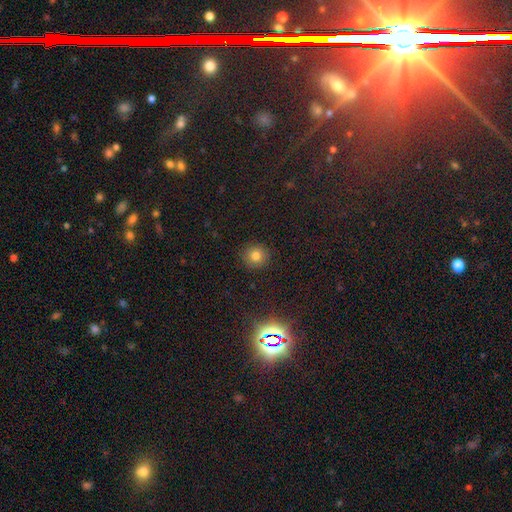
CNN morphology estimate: Smooth or featured? smooth (77%)
How rounded? round (92%)
Merging? none (90%)